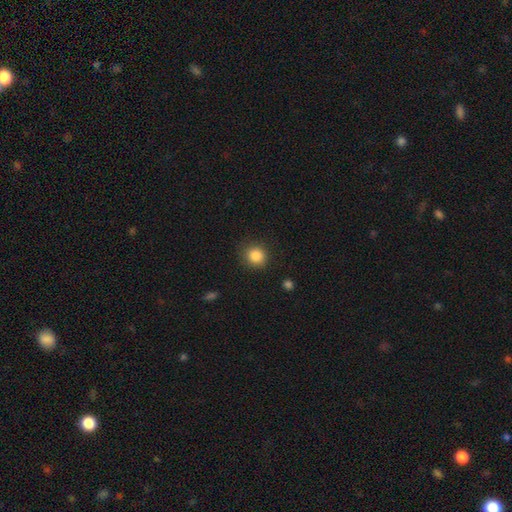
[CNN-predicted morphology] Smooth or featured: smooth — 86% (star or artifact — 10%)
How rounded: round — 87% (in between — 12%)
Merging: none — 86% (minor disturbance — 10%)